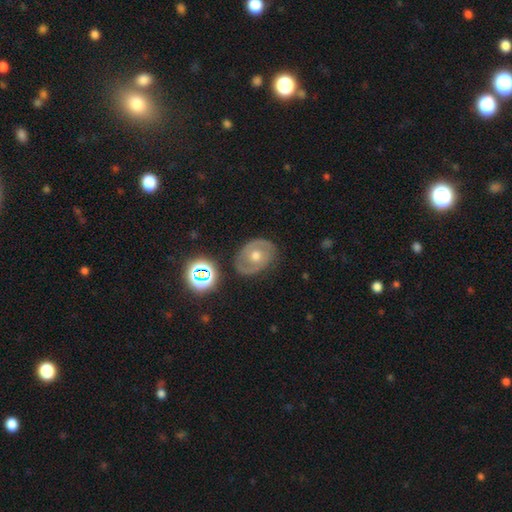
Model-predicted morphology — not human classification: This appears to be a featured or disk galaxy (61%) with no bar (76%), spiral arms (56%) and a moderate central bulge (74%). Merging: none (80%).